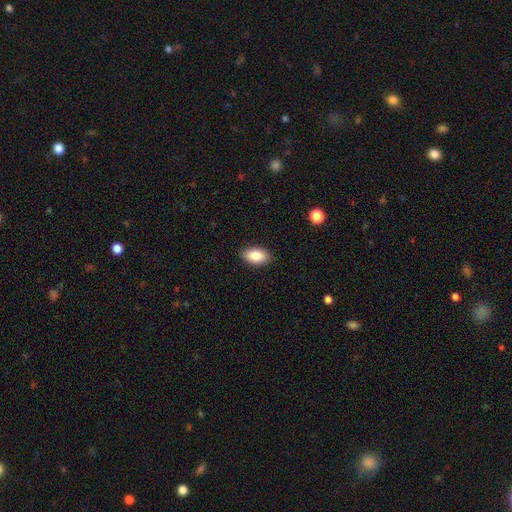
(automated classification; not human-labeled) The model was most divided on "merging": none: 88%, minor disturbance: 8%, major disturbance: 2%, merger: 1%. More confident: how rounded — in between (94%); smooth or featured — smooth (87%).